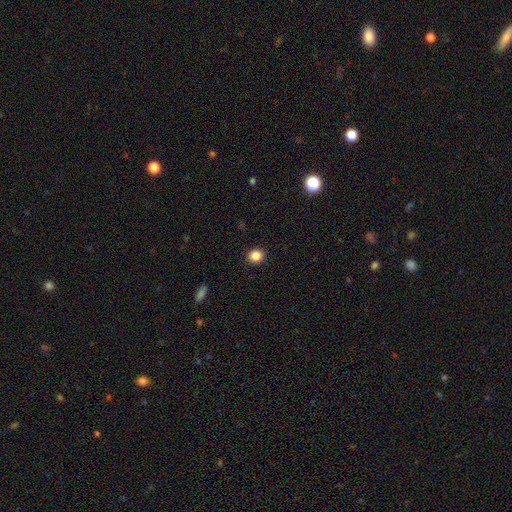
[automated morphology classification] A smooth galaxy with no disk features (85%) that is round (81%). Merging: none (92%).